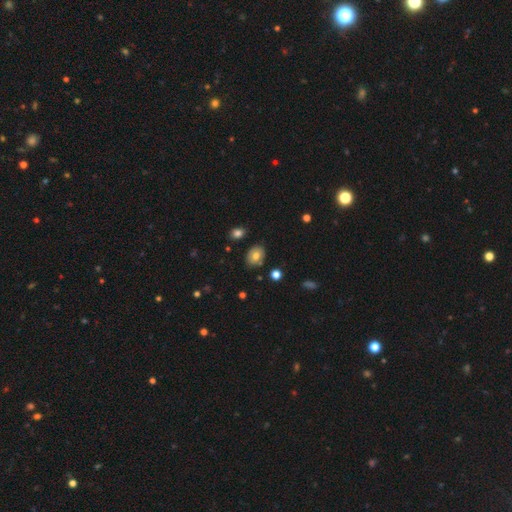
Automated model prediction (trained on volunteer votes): Morphology: type=smooth (74%); roundness=in between (66%); merging=none (82%).